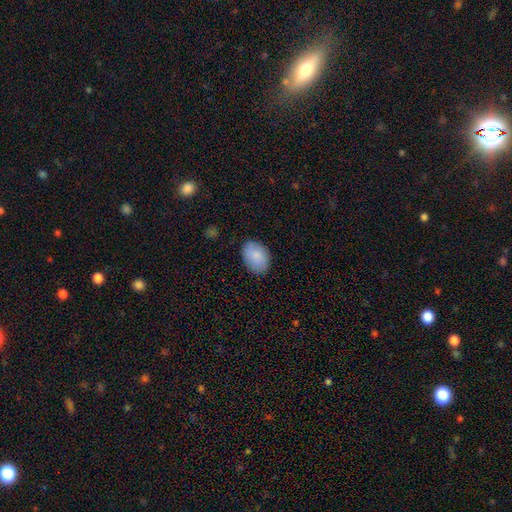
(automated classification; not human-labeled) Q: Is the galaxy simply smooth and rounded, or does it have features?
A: smooth — 86%.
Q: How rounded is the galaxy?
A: in between — 82%.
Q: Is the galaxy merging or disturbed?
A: none — 83%.